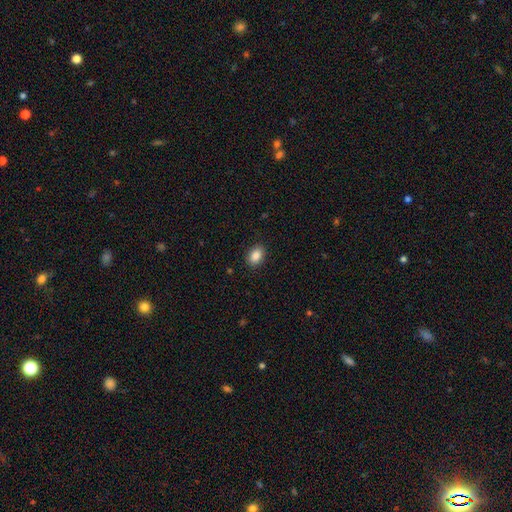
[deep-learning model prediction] This appears to be a smooth galaxy with no disk features (88%) that is in between round and cigar-shaped (79%). Merging: none (89%).